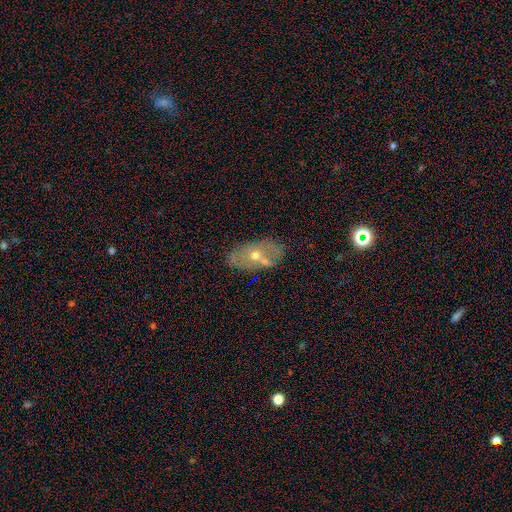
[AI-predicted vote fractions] Morphology: type=featured or disk (55%); edge-on=no (89%); merging=none (61%).